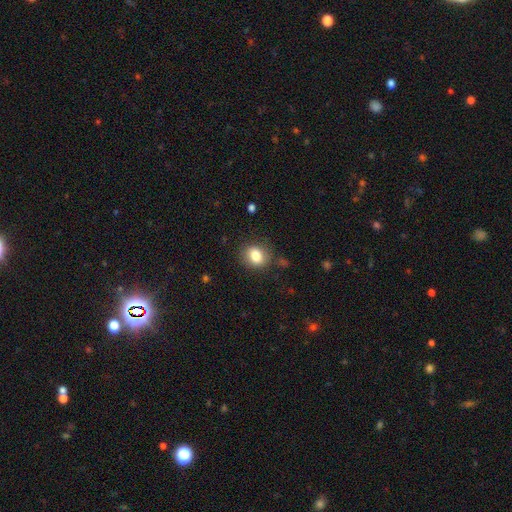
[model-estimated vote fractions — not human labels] Smooth or featured? smooth (82%)
How rounded? round (58%)
Merging? none (82%)